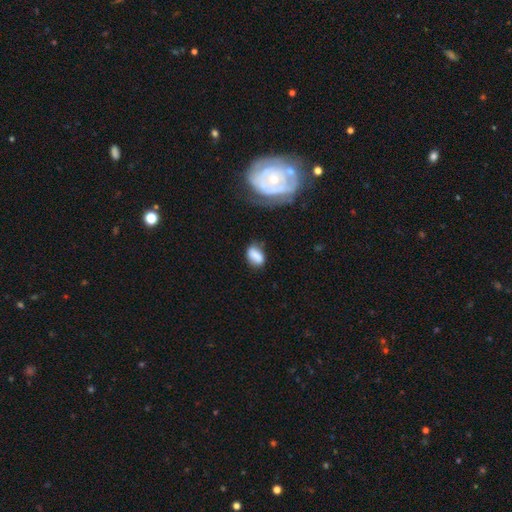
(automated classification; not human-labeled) Overall: smooth (81%). How rounded: in between (85%). Merging: none (63%; minor disturbance 24%).